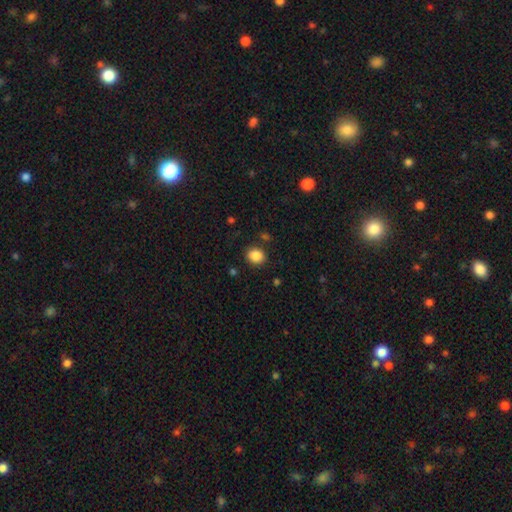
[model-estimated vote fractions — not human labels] A smooth galaxy with no disk features (86%) that is round (67%).

Vote fractions:
- Smooth or featured? smooth: 86% / star or artifact: 10% / featured or disk: 4%
- How rounded? round: 67% / in between: 32% / cigar-shaped: 1%
- Merging? none: 86% / minor disturbance: 9% / major disturbance: 3% / merger: 2%